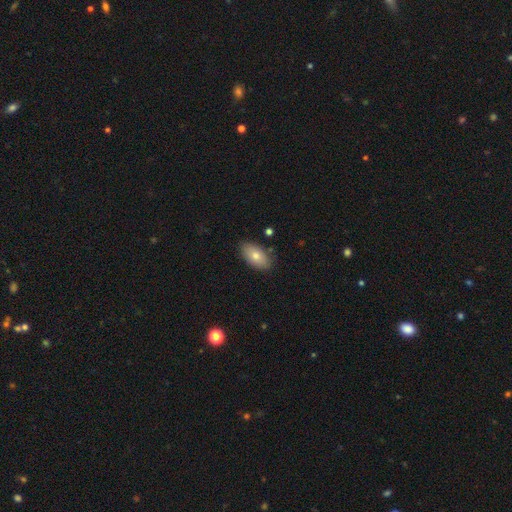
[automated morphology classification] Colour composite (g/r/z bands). It shows a smooth galaxy with no disk features (75%) that is in between round and cigar-shaped (92%). Merging: none (85%).